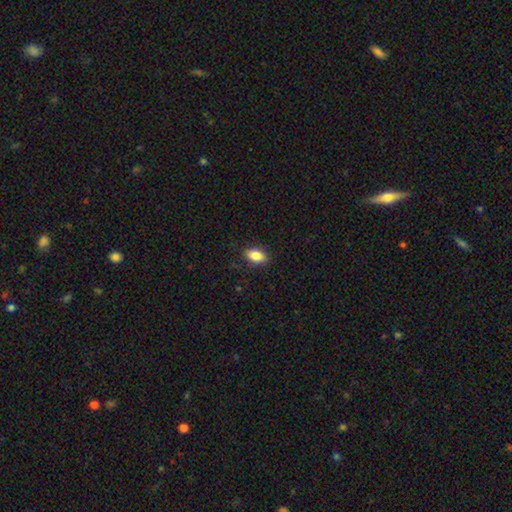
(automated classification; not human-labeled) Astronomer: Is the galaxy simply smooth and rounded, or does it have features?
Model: smooth — 85%.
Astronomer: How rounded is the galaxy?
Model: in between — 90%.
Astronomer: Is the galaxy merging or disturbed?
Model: none — 87%.